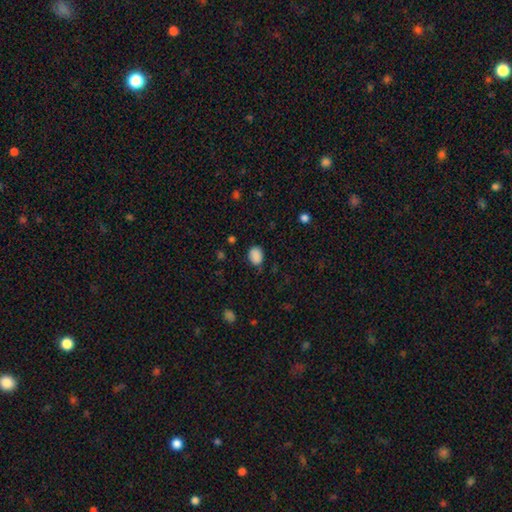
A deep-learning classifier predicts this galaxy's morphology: smooth 88%, star or artifact 9%, featured or disk 3%. Down the decision tree: how rounded — in between (62%); merging — none (75%).